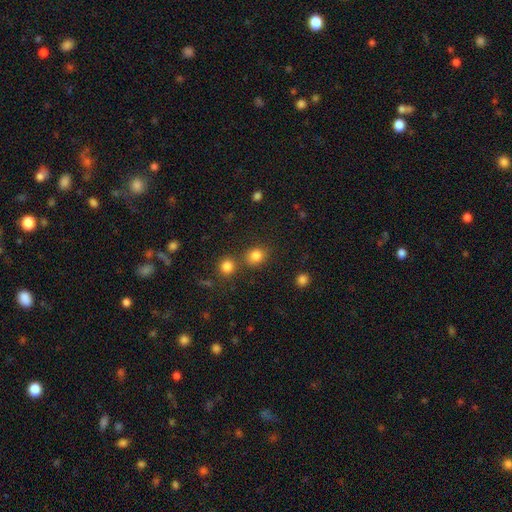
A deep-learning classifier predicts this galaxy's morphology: Overall: smooth (82%). How rounded: round (71%). Merging: none (71%).